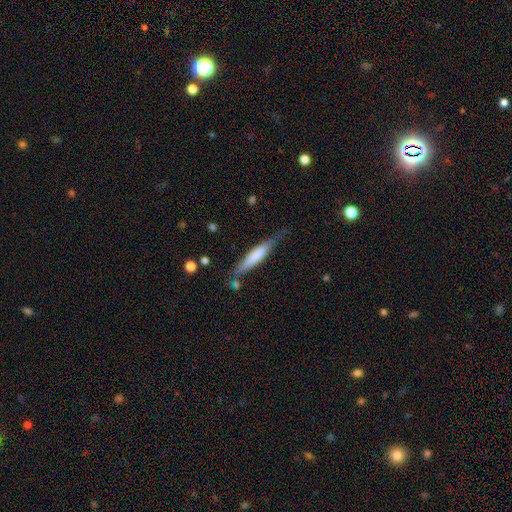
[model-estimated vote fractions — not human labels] Overall: smooth (60%; featured or disk 34%). How rounded: cigar-shaped (86%). Merging: none (69%).